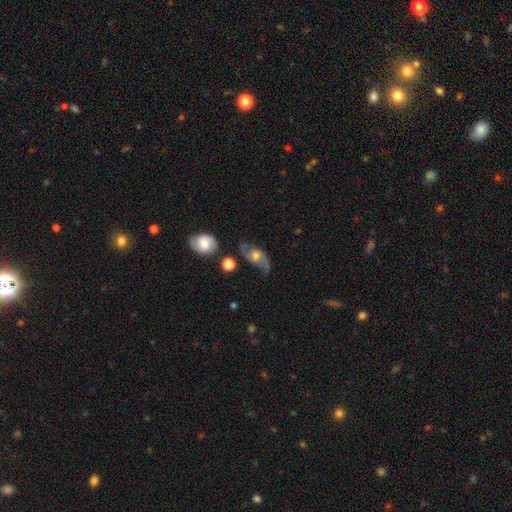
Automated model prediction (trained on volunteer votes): smooth-or-featured: featured or disk: 67% | smooth: 25% | star or artifact: 8%
  disk-edge-on: no: 92% | yes: 8%
    bar: no: 68% | weak: 27% | strong: 5%
    has-spiral-arms: yes: 87% | no: 13%
      spiral-winding: loose: 59% | medium: 31% | tight: 11%
      spiral-arm-count: 2: 88% | can't tell: 6% | 1: 4% | 3: 1% | 4: 1% | more than 4: 1%
    bulge-size: moderate: 67% | small: 19% | large: 10% | none: 2% | dominant: 2%
  merging: none: 62% | minor disturbance: 22% | major disturbance: 11% | merger: 5%